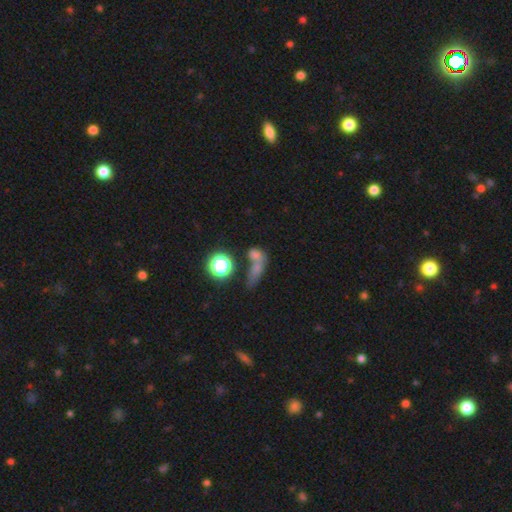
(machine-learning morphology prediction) Overall: smooth (63%). How rounded: in between (51%; round 40%). Merging: merger (53%; none 28%).